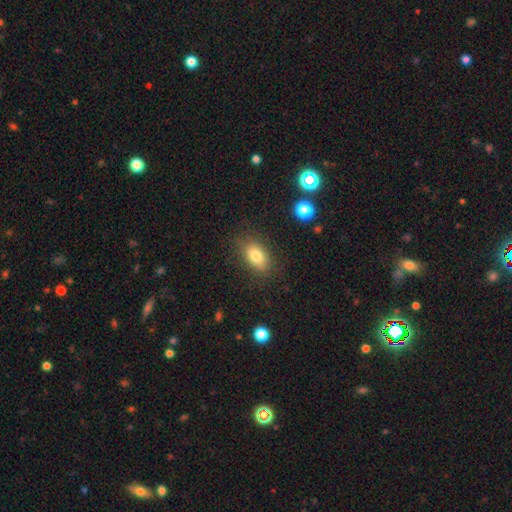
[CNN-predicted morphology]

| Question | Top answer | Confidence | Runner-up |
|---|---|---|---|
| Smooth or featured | smooth | 80% | featured or disk (10%) |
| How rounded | in between | 85% | round (13%) |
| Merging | none | 80% | minor disturbance (14%) |